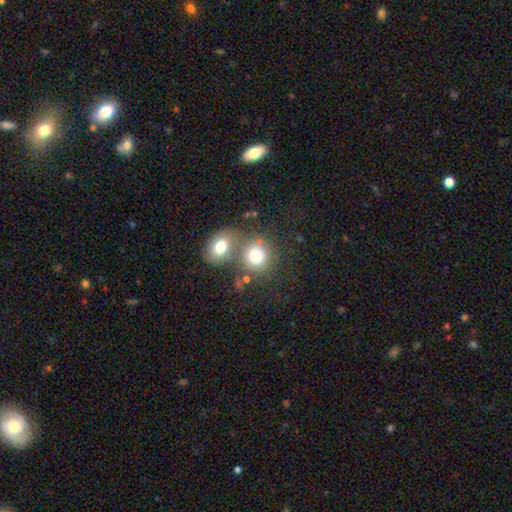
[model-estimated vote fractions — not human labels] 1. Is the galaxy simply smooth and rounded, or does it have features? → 75% smooth, 14% featured or disk, 11% star or artifact.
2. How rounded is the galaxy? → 79% round, 20% in between, 1% cigar-shaped.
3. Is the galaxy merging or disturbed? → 46% merger, 41% none, 9% minor disturbance, 5% major disturbance.